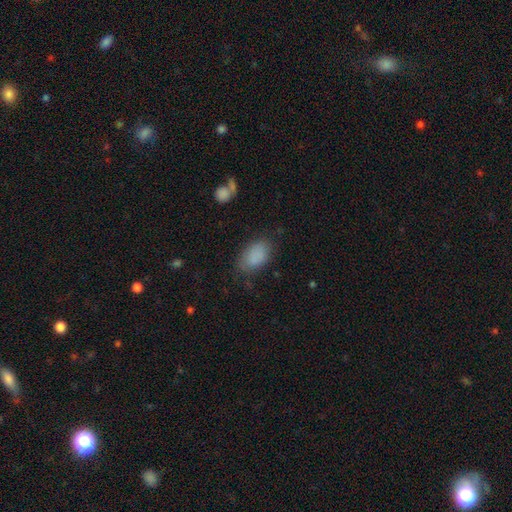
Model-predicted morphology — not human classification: Smooth or featured: smooth — 86% (star or artifact — 8%)
How rounded: in between — 92% (round — 7%)
Merging: none — 71% (minor disturbance — 20%)